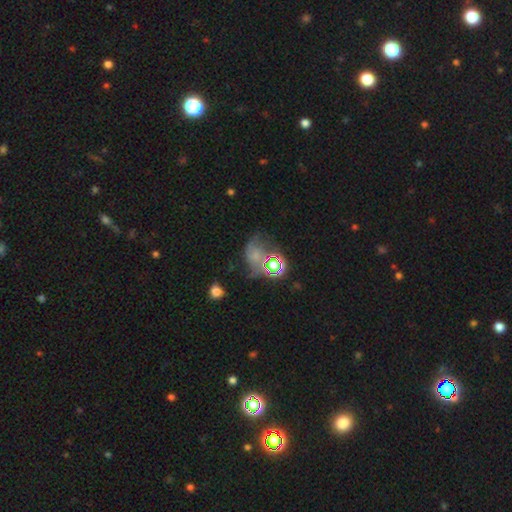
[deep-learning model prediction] Morphology: type=smooth (35%); merging=none (36%).